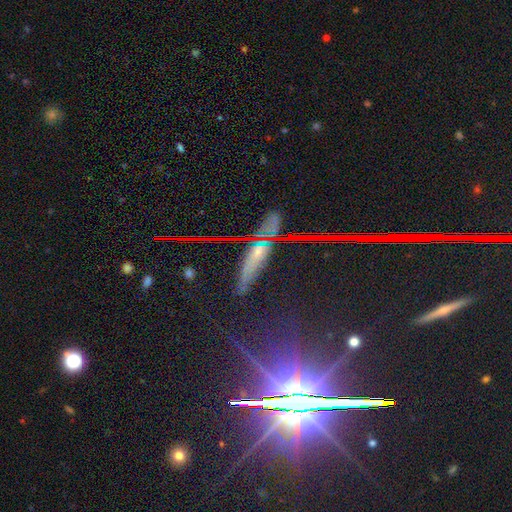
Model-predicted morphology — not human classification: A star or artifact, not a galaxy (52%).